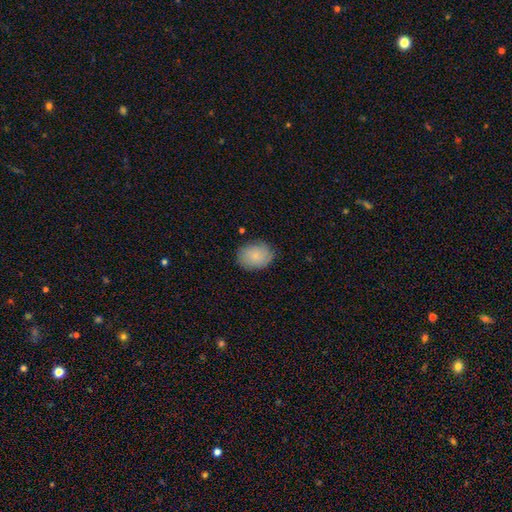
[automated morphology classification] Smooth or featured? smooth (83%)
How rounded? in between (63%)
Merging? none (82%)